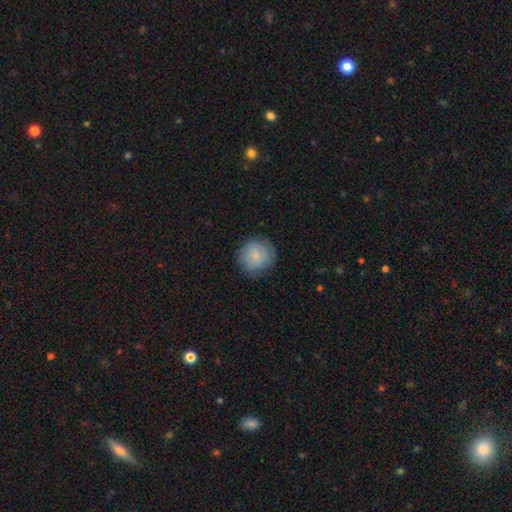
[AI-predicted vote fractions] Smooth or featured: smooth — 77% (featured or disk — 16%)
How rounded: round — 92% (in between — 7%)
Merging: none — 78% (minor disturbance — 17%)